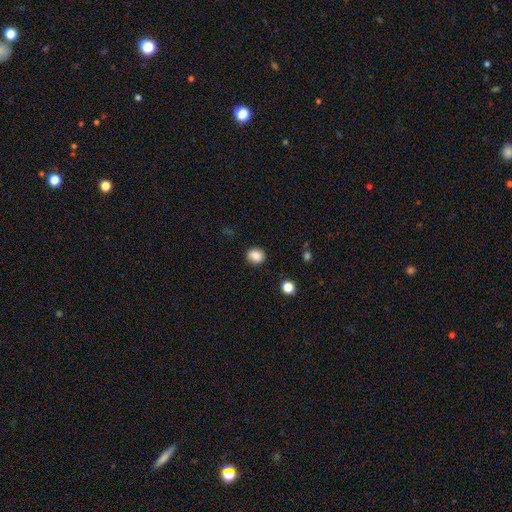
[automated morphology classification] Q: Smooth or featured?
A: smooth (85%); runner-up: star or artifact (10%)
Q: How rounded?
A: round (60%); runner-up: in between (39%)
Q: Merging?
A: none (82%); runner-up: minor disturbance (12%)